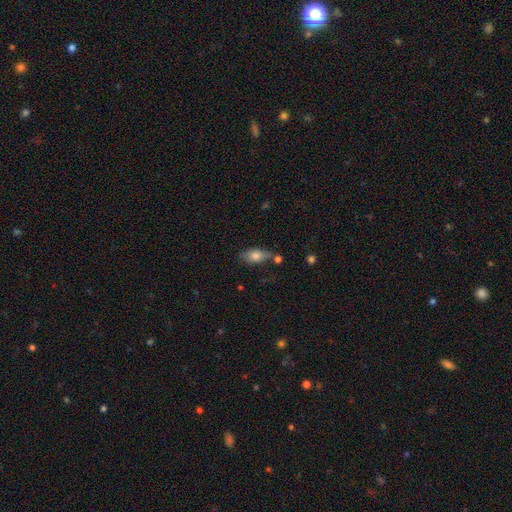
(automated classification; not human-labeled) This appears to be a smooth galaxy with no disk features (77%) that is in between round and cigar-shaped (86%). Merging: none (66%).